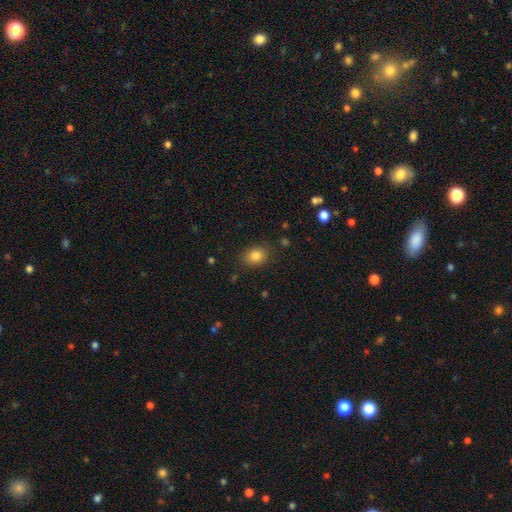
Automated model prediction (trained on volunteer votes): smooth-or-featured: smooth: 84% | star or artifact: 10% | featured or disk: 6%
  how-rounded: in between: 56% | round: 43% | cigar-shaped: 1%
  merging: none: 83% | minor disturbance: 12% | major disturbance: 3% | merger: 1%